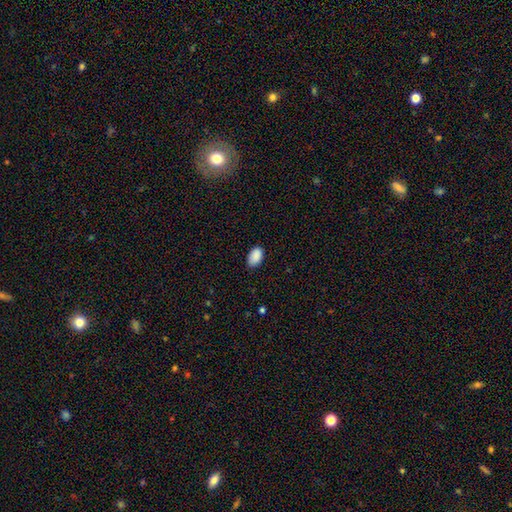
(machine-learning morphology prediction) The model was most divided on "merging": none: 83%, minor disturbance: 14%, major disturbance: 2%, merger: 1%. More confident: how rounded — in between (92%); smooth or featured — smooth (90%).